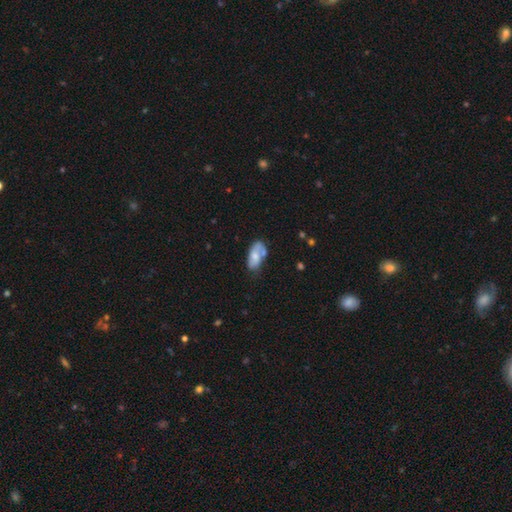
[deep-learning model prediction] smooth-or-featured: smooth: 58% | featured or disk: 35% | star or artifact: 7%
  how-rounded: in between: 91% | cigar-shaped: 5% | round: 4%
  merging: none: 42% | minor disturbance: 28% | merger: 18% | major disturbance: 12%